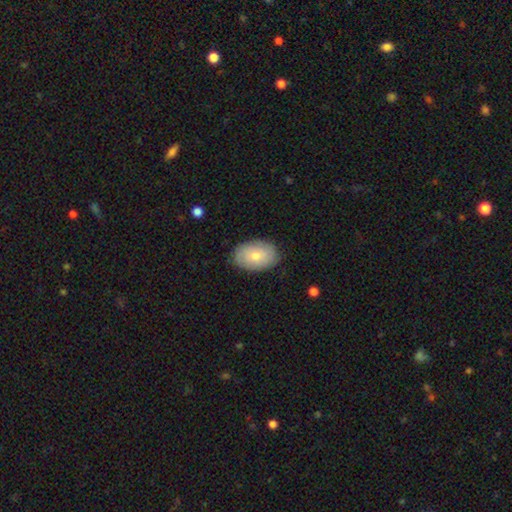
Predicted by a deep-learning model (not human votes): Morphology: type=smooth (72%); roundness=in between (87%); merging=none (85%).